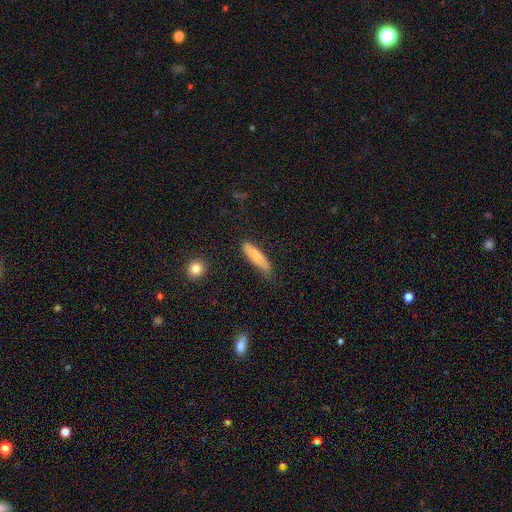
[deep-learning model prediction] smooth-or-featured: smooth: 75% | featured or disk: 19% | star or artifact: 6%
  how-rounded: cigar-shaped: 63% | in between: 36% | round: 2%
  merging: none: 64% | minor disturbance: 27% | major disturbance: 6% | merger: 2%